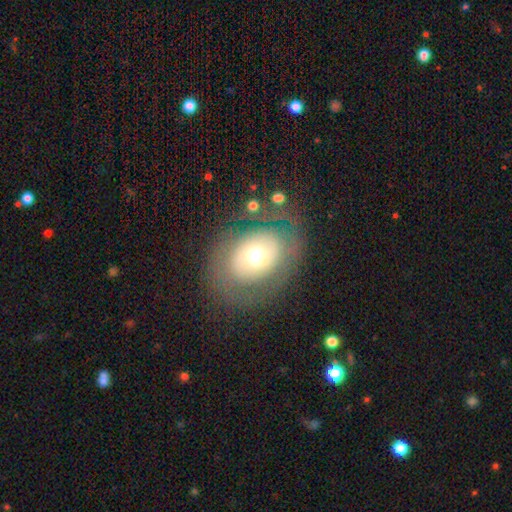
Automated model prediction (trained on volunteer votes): smooth_or_featured: featured or disk (p=0.48) [alt: smooth p=0.43]
merging: none (p=0.69) [alt: minor disturbance p=0.16]